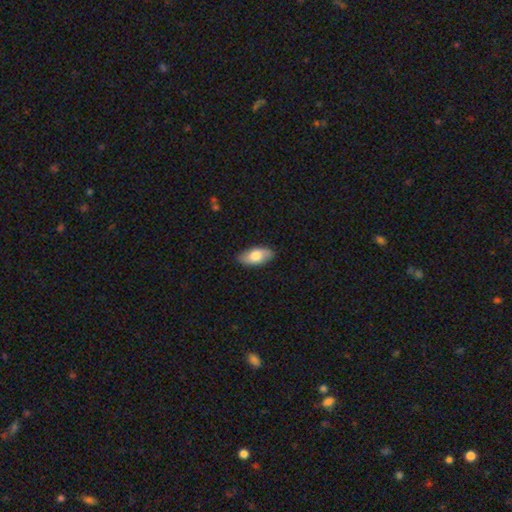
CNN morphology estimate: Smooth or featured? Predicted: smooth (p=0.71). How rounded? Predicted: in between (p=0.91). Merging? Predicted: none (p=0.86).